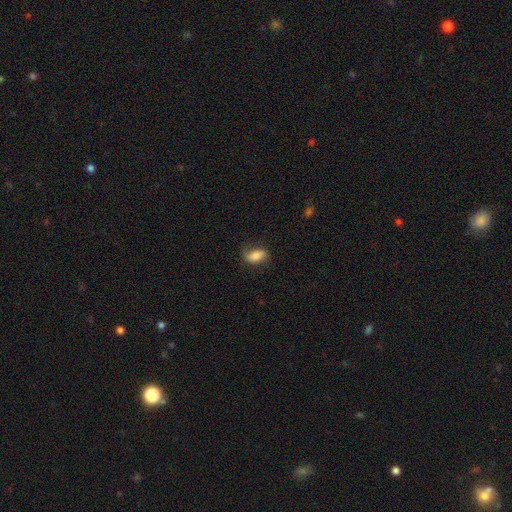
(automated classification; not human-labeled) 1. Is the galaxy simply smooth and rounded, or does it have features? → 76% smooth, 17% featured or disk, 8% star or artifact.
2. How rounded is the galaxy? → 88% in between, 7% round, 5% cigar-shaped.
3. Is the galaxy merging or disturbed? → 66% none, 24% minor disturbance, 9% major disturbance, 1% merger.